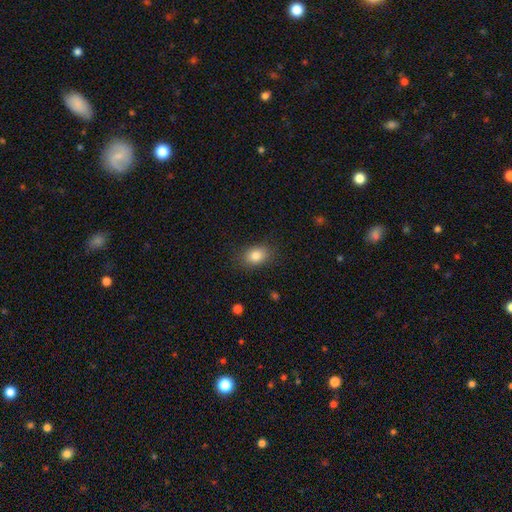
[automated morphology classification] Overall: smooth (84%). How rounded: in between (71%). Merging: none (83%).